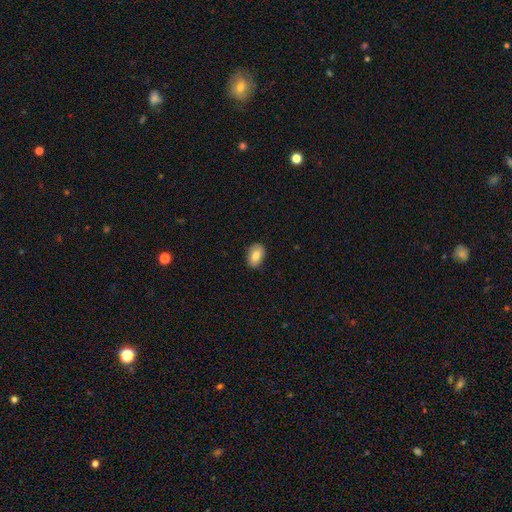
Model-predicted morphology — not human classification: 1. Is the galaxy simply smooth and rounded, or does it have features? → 80% smooth, 13% featured or disk, 7% star or artifact.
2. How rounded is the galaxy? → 89% in between, 10% round, 1% cigar-shaped.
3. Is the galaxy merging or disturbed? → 86% none, 11% minor disturbance, 2% major disturbance, 1% merger.